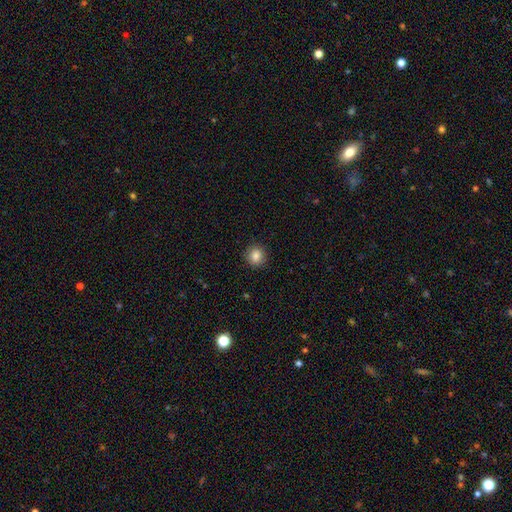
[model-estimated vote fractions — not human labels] A smooth galaxy with no disk features (85%) that is round (89%). Merging: none (91%).